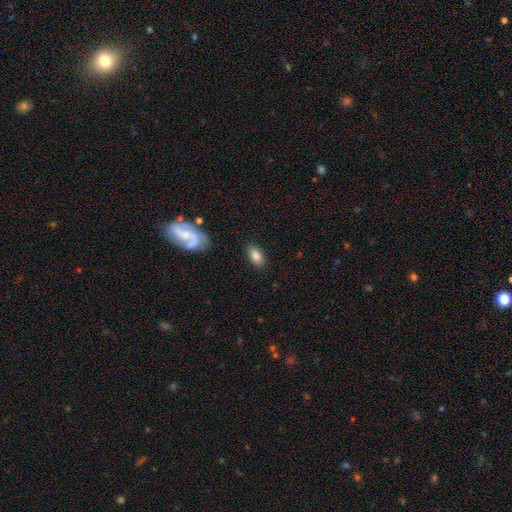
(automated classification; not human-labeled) Smooth or featured: smooth — 82% (featured or disk — 11%)
How rounded: in between — 90% (round — 7%)
Merging: none — 83% (minor disturbance — 12%)